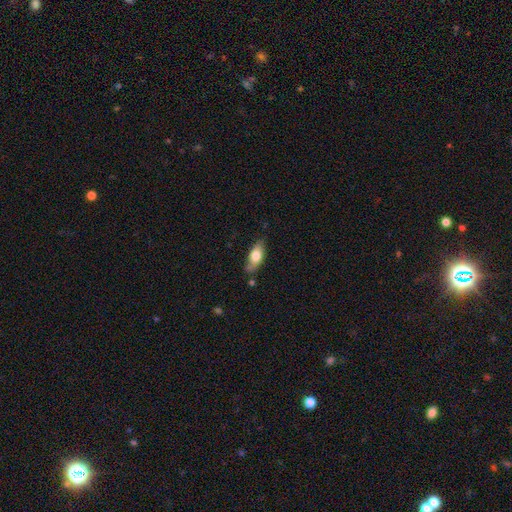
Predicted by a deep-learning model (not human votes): A smooth galaxy with no disk features (69%) that is in between round and cigar-shaped (77%). Merging: none (69%).